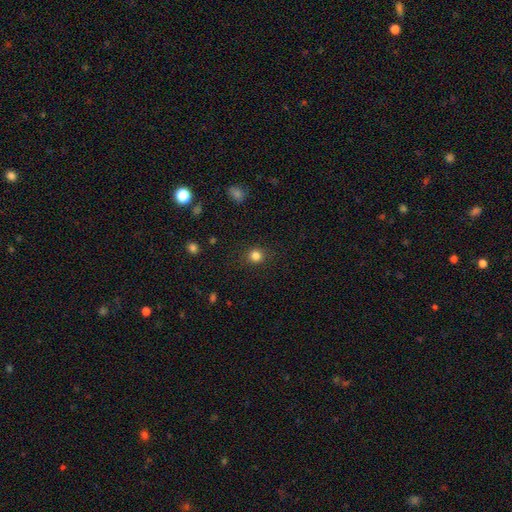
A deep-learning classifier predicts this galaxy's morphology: The model was most divided on "smooth or featured": smooth: 83%, star or artifact: 12%, featured or disk: 5%. More confident: merging — none (87%); how rounded — round (87%).